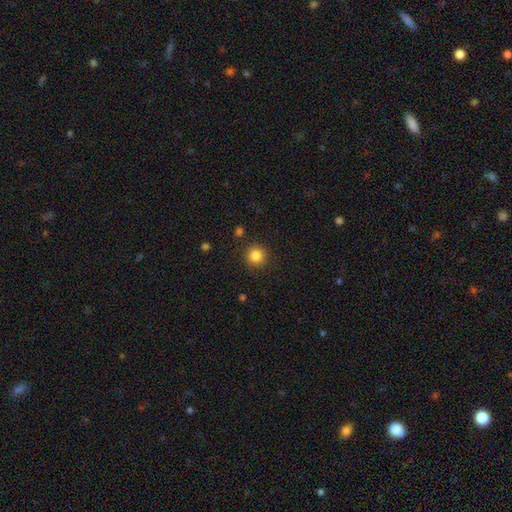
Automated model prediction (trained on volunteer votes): Smooth or featured? Predicted: smooth (p=0.84). How rounded? Predicted: round (p=0.95). Merging? Predicted: none (p=0.89).